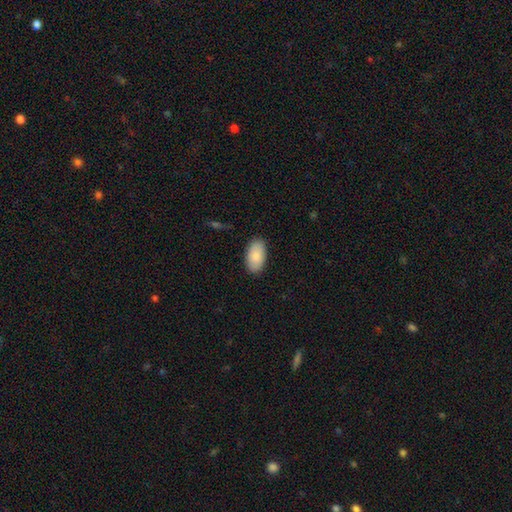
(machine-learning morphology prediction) type=smooth (88%); roundness=in between (95%); merging=none (88%).